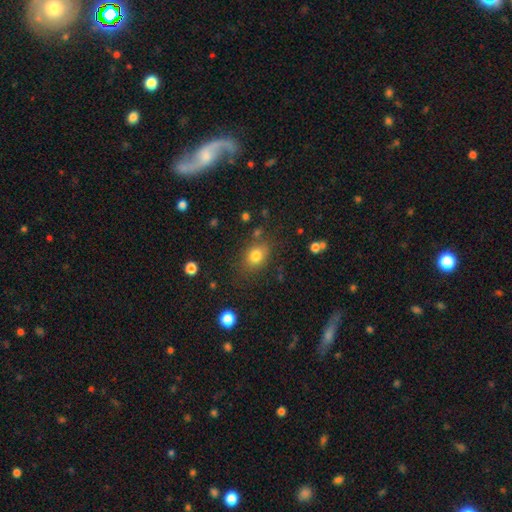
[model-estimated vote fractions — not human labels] Smooth or featured?
  - smooth: 80% *
  - star or artifact: 12%
  - featured or disk: 8%
How rounded?
  - in between: 57% *
  - round: 42%
  - cigar-shaped: 1%
Merging?
  - none: 75% *
  - minor disturbance: 15%
  - major disturbance: 6%
  - merger: 4%